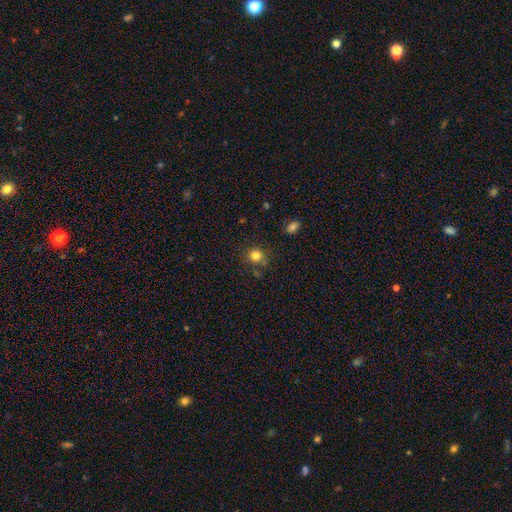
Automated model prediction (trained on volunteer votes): This appears to be a smooth galaxy with no disk features (82%) that is round (84%). Merging: none (74%).